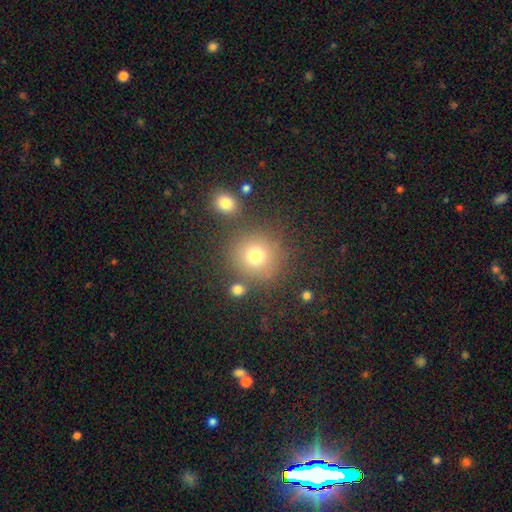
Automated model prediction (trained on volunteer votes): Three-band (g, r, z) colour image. It shows a smooth galaxy with no disk features (74%) that is round (92%). Merging: none (77%).